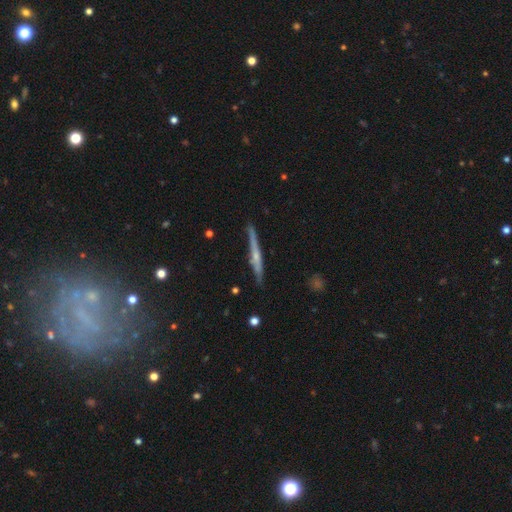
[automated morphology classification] Smooth or featured? featured or disk (65%)
Edge-on disk? yes (97%)
Edge-on bulge? rounded (60%)
Merging? none (85%)